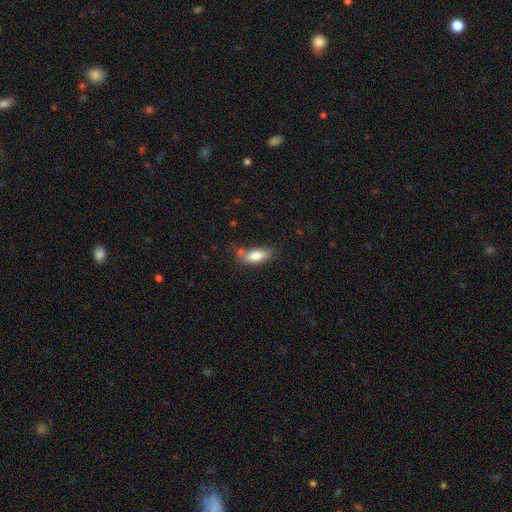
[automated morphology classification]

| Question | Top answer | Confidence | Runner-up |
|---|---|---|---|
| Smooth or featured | smooth | 81% | featured or disk (12%) |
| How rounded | in between | 81% | cigar-shaped (16%) |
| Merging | none | 58% | minor disturbance (26%) |